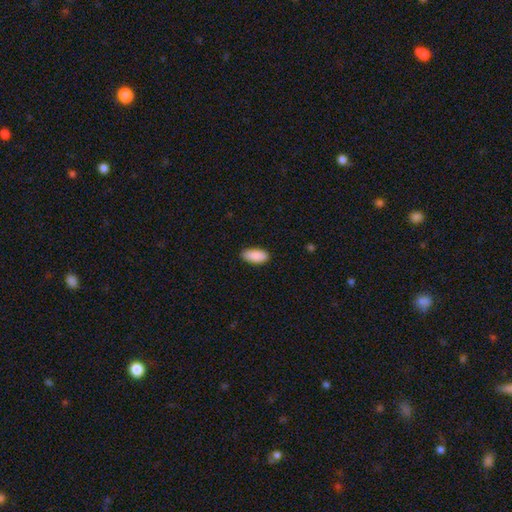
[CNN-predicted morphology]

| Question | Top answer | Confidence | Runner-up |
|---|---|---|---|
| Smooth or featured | smooth | 91% | star or artifact (6%) |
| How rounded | in between | 91% | cigar-shaped (7%) |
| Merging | none | 88% | minor disturbance (9%) |